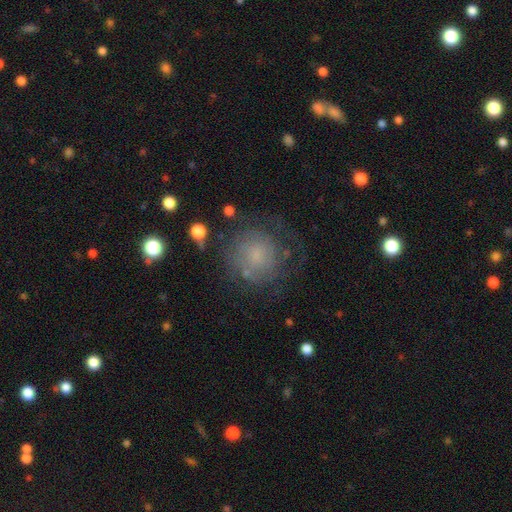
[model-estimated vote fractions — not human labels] Smooth or featured?
  - smooth: 51% *
  - featured or disk: 36%
  - star or artifact: 13%
How rounded?
  - round: 89% *
  - in between: 10%
  - cigar-shaped: 1%
Merging?
  - none: 61% *
  - minor disturbance: 19%
  - major disturbance: 17%
  - merger: 2%